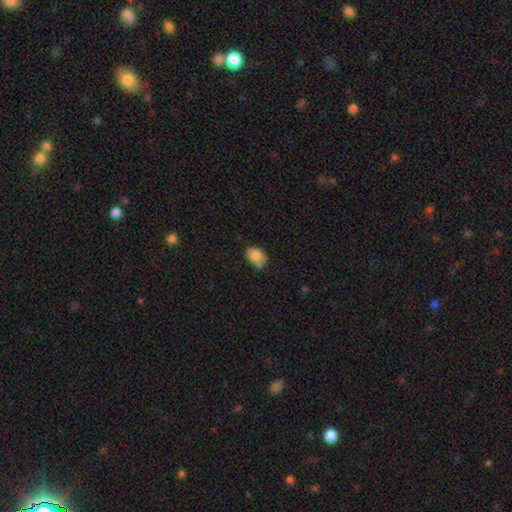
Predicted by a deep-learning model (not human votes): The model was most divided on "merging": none: 61%, minor disturbance: 26%, merger: 9%, major disturbance: 4%. More confident: smooth or featured — smooth (78%); how rounded — in between (74%).